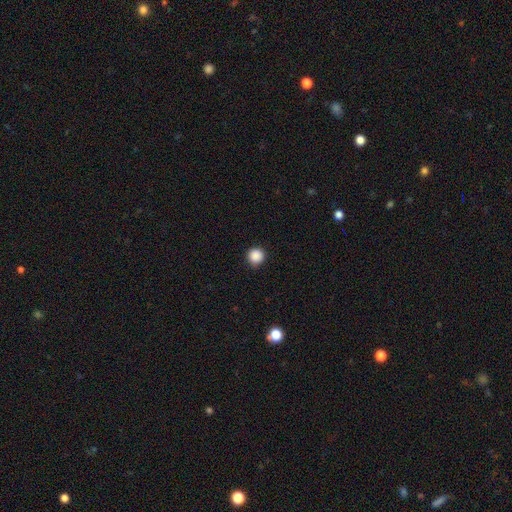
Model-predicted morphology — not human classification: This appears to be a smooth galaxy with no disk features (88%) that is round (95%). Merging: none (92%).